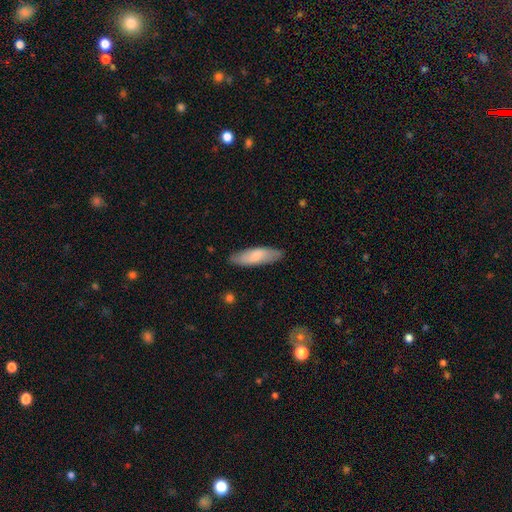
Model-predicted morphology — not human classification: Smooth or featured? smooth (71%)
How rounded? in between (51%)
Merging? none (84%)